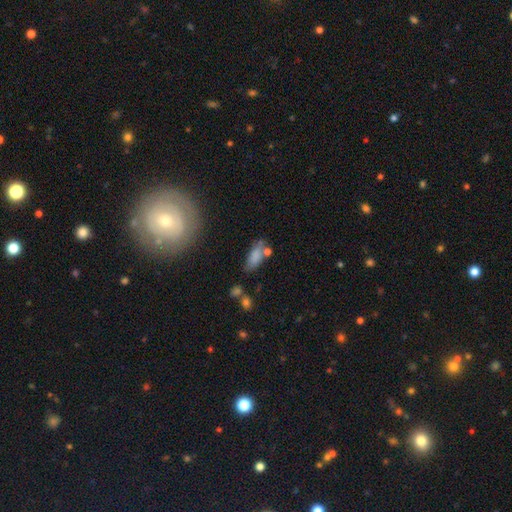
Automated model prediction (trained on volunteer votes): smooth 77%, featured or disk 13%, star or artifact 10%. Down the decision tree: how rounded — in between (78%); merging — none (49%).